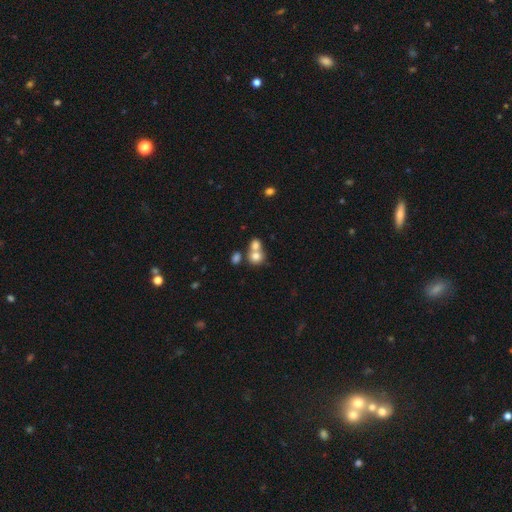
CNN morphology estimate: A smooth galaxy with no disk features (76%) that is round (77%).

Vote fractions:
- Smooth or featured? smooth: 76% / featured or disk: 13% / star or artifact: 11%
- How rounded? round: 77% / in between: 21% / cigar-shaped: 1%
- Merging? merger: 54% / none: 36% / minor disturbance: 7% / major disturbance: 3%